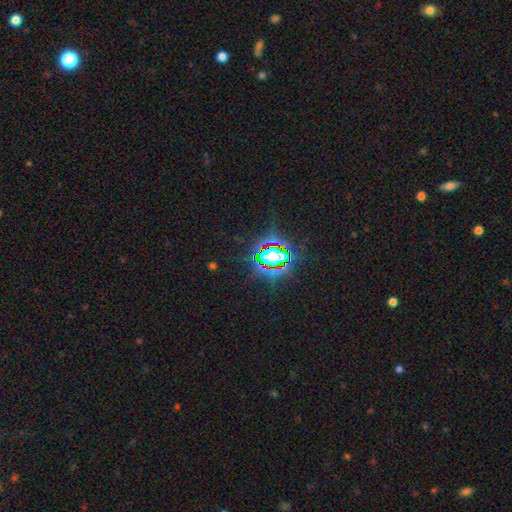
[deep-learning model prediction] This appears to be a star or artifact, not a galaxy (84%).